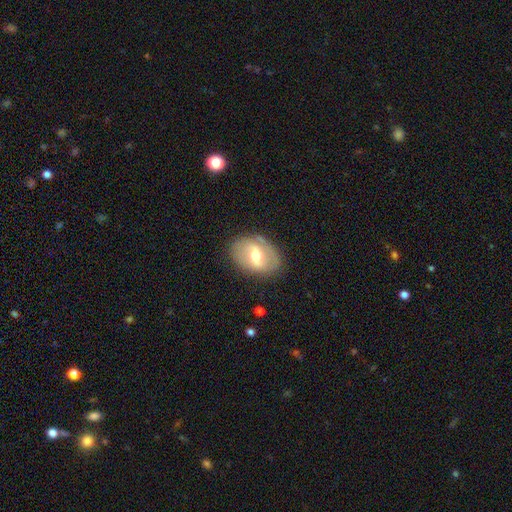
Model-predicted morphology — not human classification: Q: Smooth or featured?
A: featured or disk (57%); runner-up: smooth (36%)
Q: Edge-on disk?
A: no (94%); runner-up: yes (6%)
Q: Bar?
A: weak (50%); runner-up: strong (29%)
Q: Spiral arms?
A: yes (57%); runner-up: no (43%)
Q: Bulge size?
A: moderate (70%); runner-up: small (20%)
Q: Merging?
A: none (76%); runner-up: minor disturbance (17%)